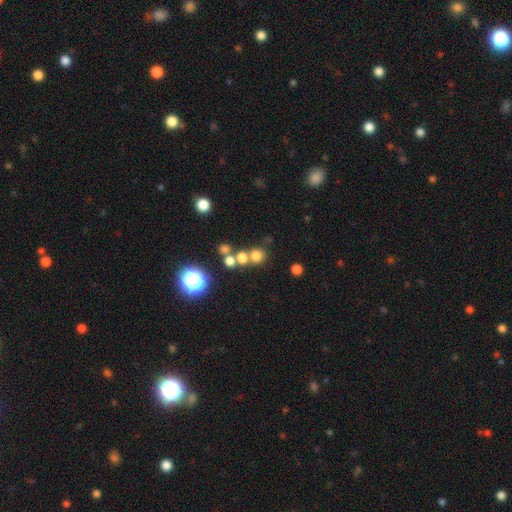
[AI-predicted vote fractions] Smooth or featured: smooth — 70% (star or artifact — 21%)
How rounded: round — 87% (in between — 12%)
Merging: none — 59% (merger — 29%)